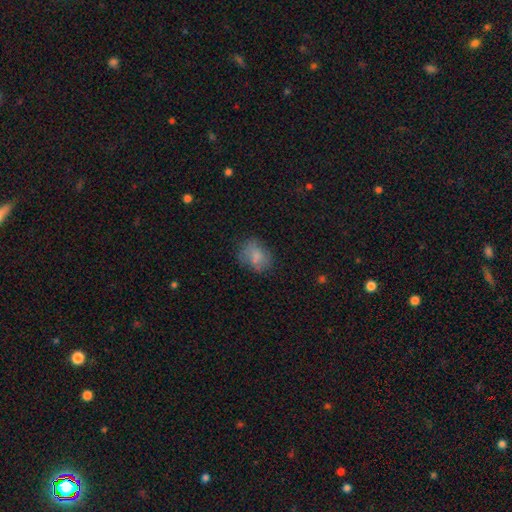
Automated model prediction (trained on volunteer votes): This is likely a smooth galaxy (74%). How rounded: likely in between (60%). Merging: possibly none (60%).